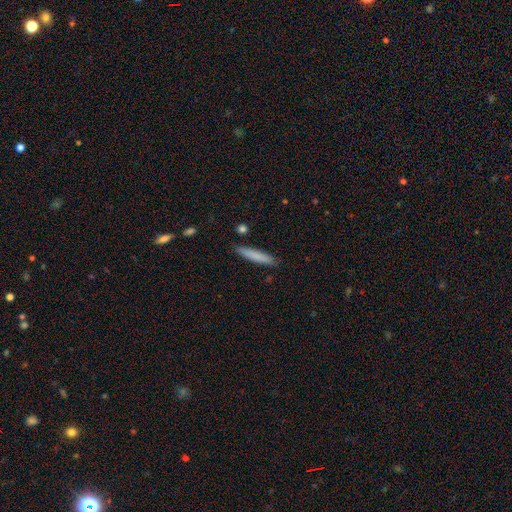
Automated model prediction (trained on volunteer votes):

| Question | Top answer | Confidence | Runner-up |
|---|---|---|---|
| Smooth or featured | smooth | 79% | featured or disk (15%) |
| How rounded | cigar-shaped | 93% | in between (6%) |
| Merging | none | 89% | minor disturbance (8%) |